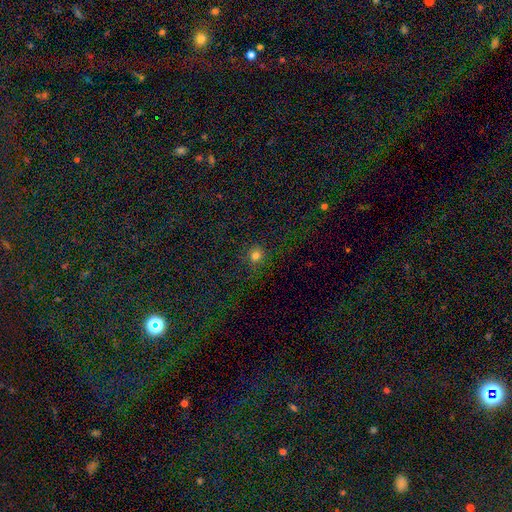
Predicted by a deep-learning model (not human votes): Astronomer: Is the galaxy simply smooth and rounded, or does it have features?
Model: smooth — 78%.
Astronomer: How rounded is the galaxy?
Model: round — 90%.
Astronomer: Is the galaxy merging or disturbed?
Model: none — 85%.